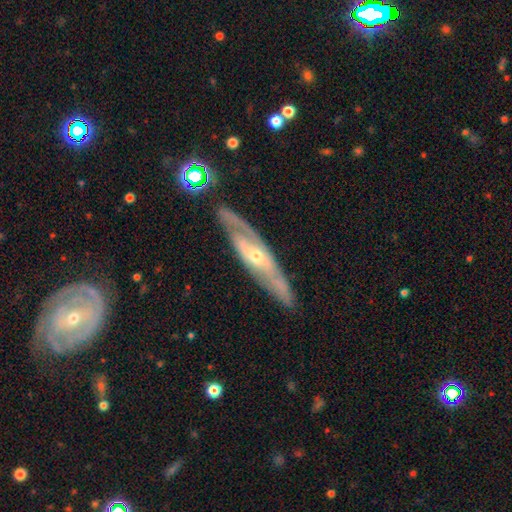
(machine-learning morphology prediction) This is clearly a featured or disk galaxy (80%). It is possibly not viewed edge-on (58%). Merging: likely none (79%).